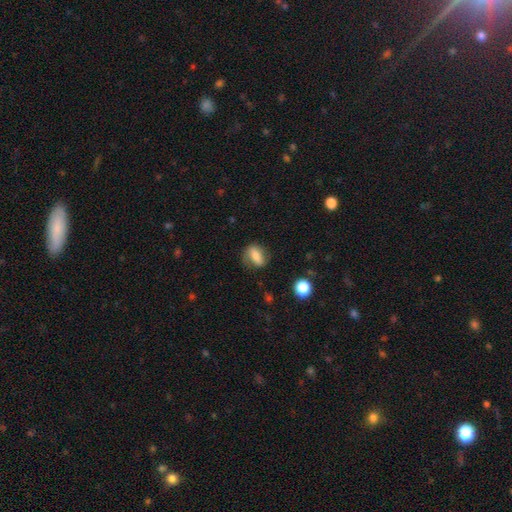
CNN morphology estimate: The model was most divided on "smooth or featured": smooth: 67%, featured or disk: 24%, star or artifact: 9%. More confident: how rounded — in between (72%); merging — none (70%).